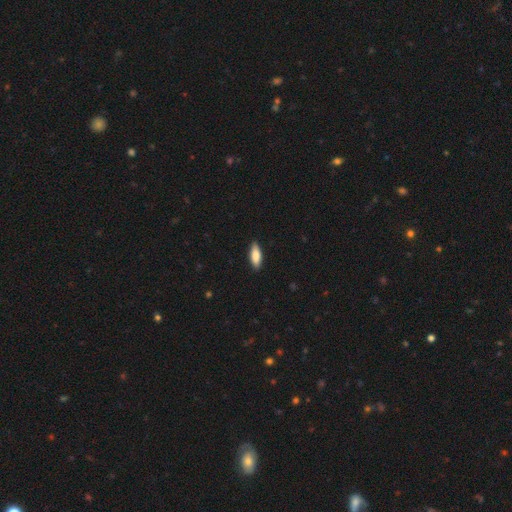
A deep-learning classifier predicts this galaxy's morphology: smooth 82%, featured or disk 13%, star or artifact 5%. Down the decision tree: how rounded — in between (66%); merging — none (89%).